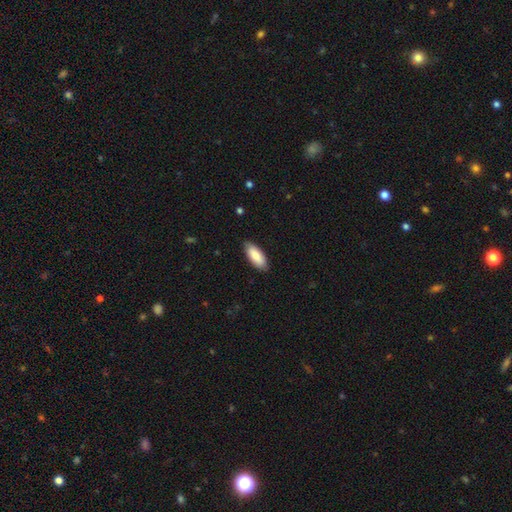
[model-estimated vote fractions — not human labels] Overall: smooth (85%). How rounded: in between (80%). Merging: none (85%).